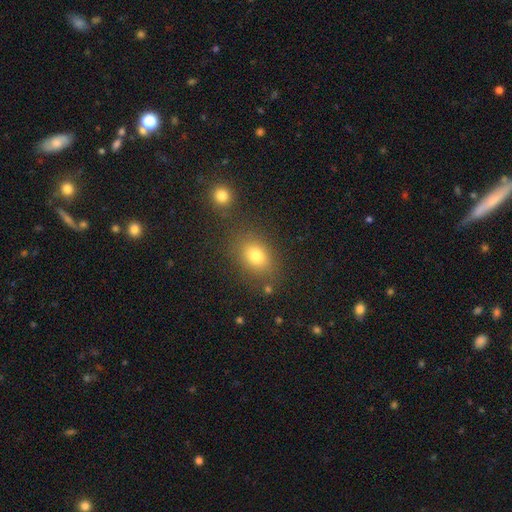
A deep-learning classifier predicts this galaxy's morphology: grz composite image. It shows a smooth galaxy with no disk features (78%) that is in between round and cigar-shaped (68%). Merging: none (75%).